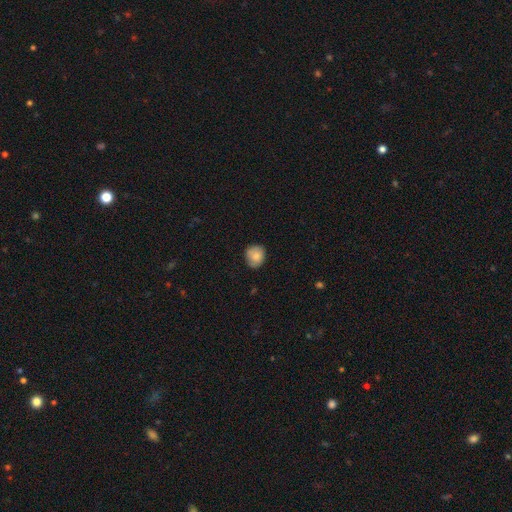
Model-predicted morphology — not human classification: smooth 81%, featured or disk 11%, star or artifact 8%. Down the decision tree: how rounded — round (73%); merging — none (74%).